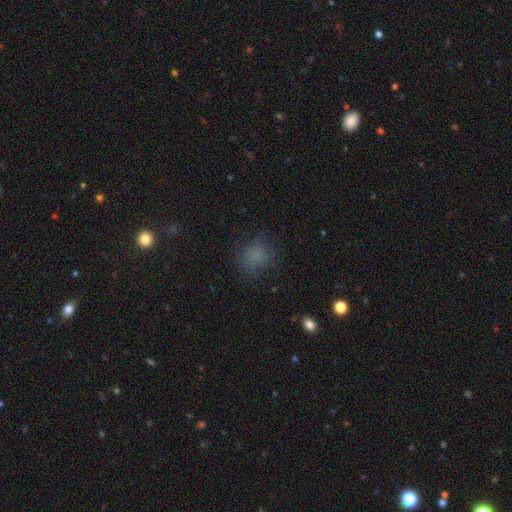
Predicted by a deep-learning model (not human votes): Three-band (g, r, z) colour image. It shows a smooth galaxy with no disk features (75%) that is round (77%). Merging: none (76%).